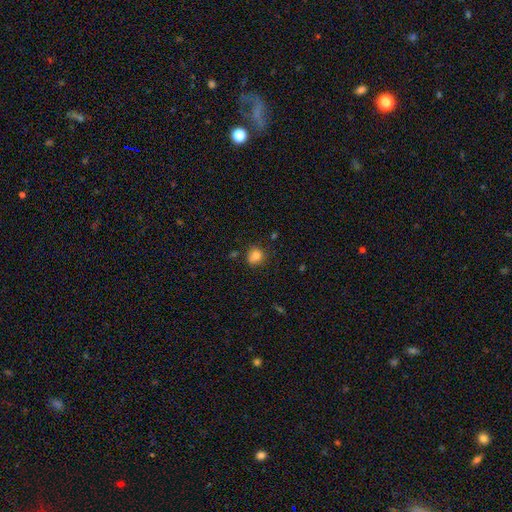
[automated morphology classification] Smooth or featured: smooth — 80% (star or artifact — 12%)
How rounded: round — 80% (in between — 19%)
Merging: none — 72% (minor disturbance — 19%)